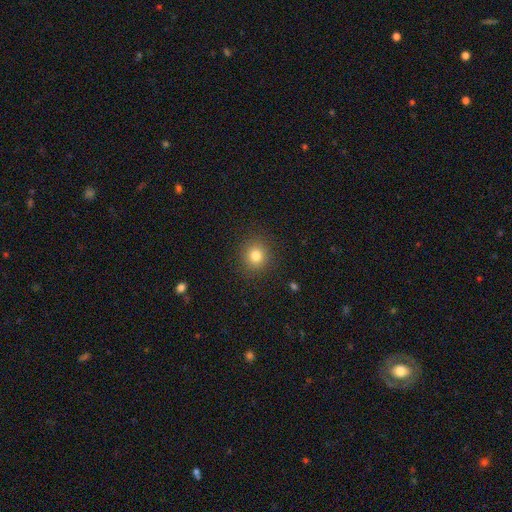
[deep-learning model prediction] This appears to be a smooth galaxy with no disk features (81%) that is round (87%). Merging: none (90%).